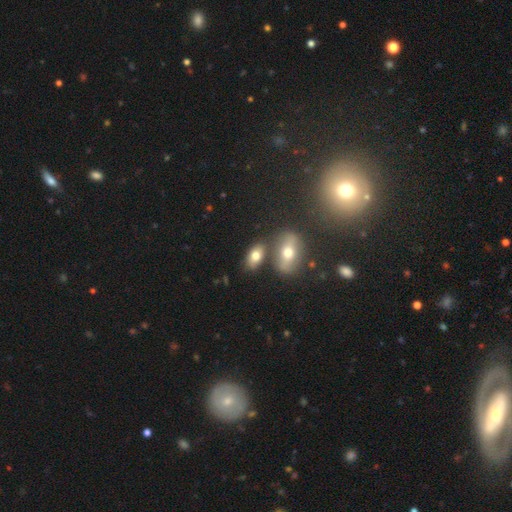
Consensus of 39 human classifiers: A smooth galaxy with no disk features (79%) that is in between round and cigar-shaped (94%).

Vote fractions:
- Smooth or featured? smooth: 79% / featured or disk: 15% / star or artifact: 5%
- How rounded? in between: 94% / round: 3% / cigar-shaped: 3%
- Merging? none: 68% / merger: 16% / minor disturbance: 11% / major disturbance: 5%